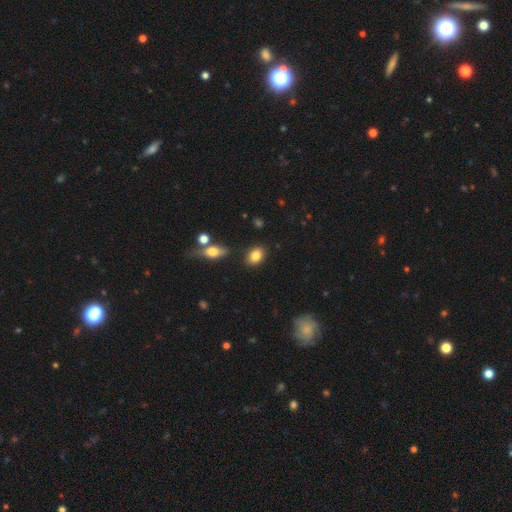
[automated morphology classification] smooth 83%, star or artifact 9%, featured or disk 8%. Down the decision tree: how rounded — in between (73%); merging — none (83%).